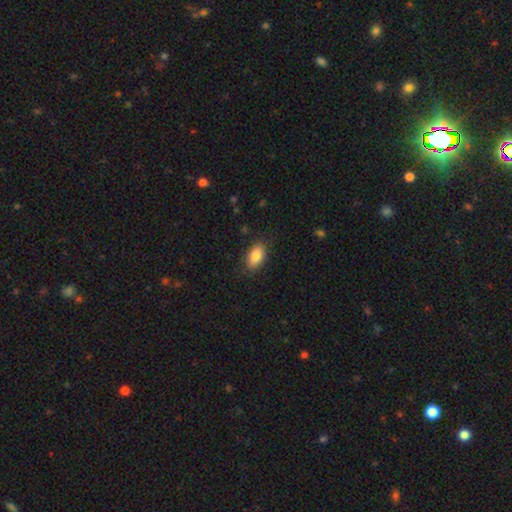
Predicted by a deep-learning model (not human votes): A smooth galaxy with no disk features (86%) that is in between round and cigar-shaped (91%).

Vote fractions:
- Smooth or featured? smooth: 86% / featured or disk: 7% / star or artifact: 7%
- How rounded? in between: 91% / round: 5% / cigar-shaped: 4%
- Merging? none: 84% / minor disturbance: 12% / major disturbance: 3% / merger: 1%